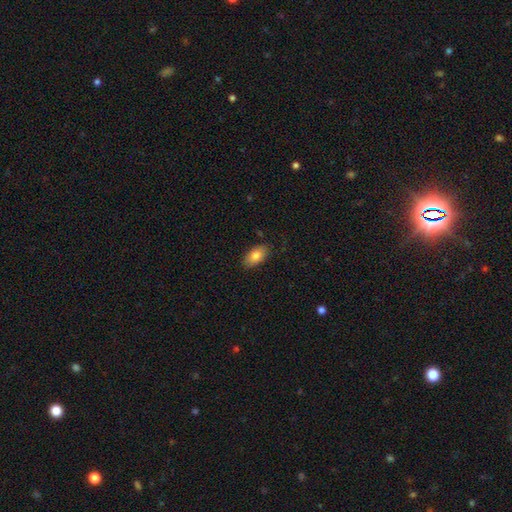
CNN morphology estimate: smooth 82%, featured or disk 11%, star or artifact 7%. Down the decision tree: how rounded — in between (93%); merging — none (85%).